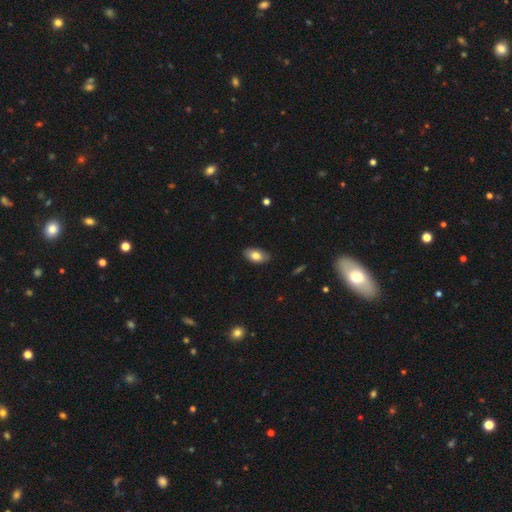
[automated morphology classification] This is likely a smooth galaxy (78%). How rounded: clearly in between (93%). Merging: clearly none (84%).